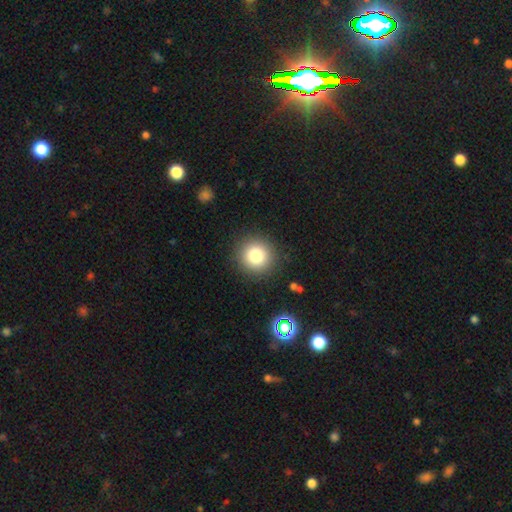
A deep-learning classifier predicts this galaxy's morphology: smooth-or-featured: smooth: 81% | star or artifact: 11% | featured or disk: 7%
  how-rounded: round: 94% | in between: 5% | cigar-shaped: 1%
  merging: none: 90% | minor disturbance: 6% | major disturbance: 2% | merger: 1%